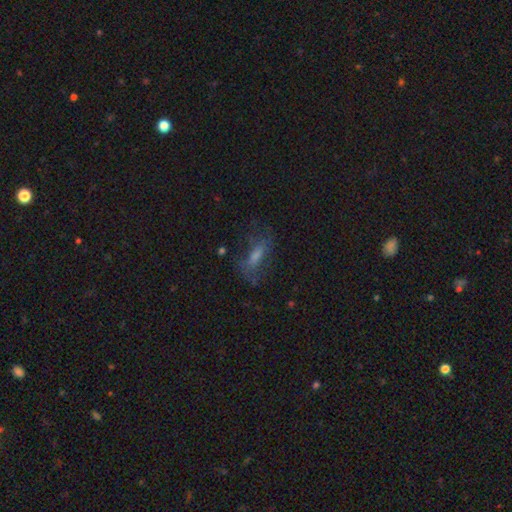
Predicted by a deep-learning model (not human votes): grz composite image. It shows a smooth galaxy with no disk features (39%, tied with featured or disk). Merging: none (60%).